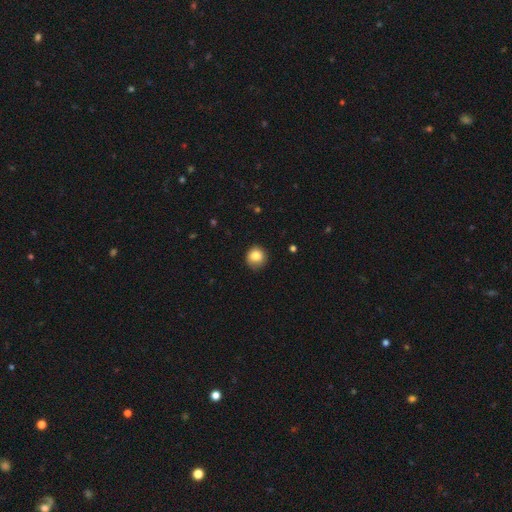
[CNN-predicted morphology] Smooth or featured? smooth (83%)
How rounded? round (88%)
Merging? none (75%)